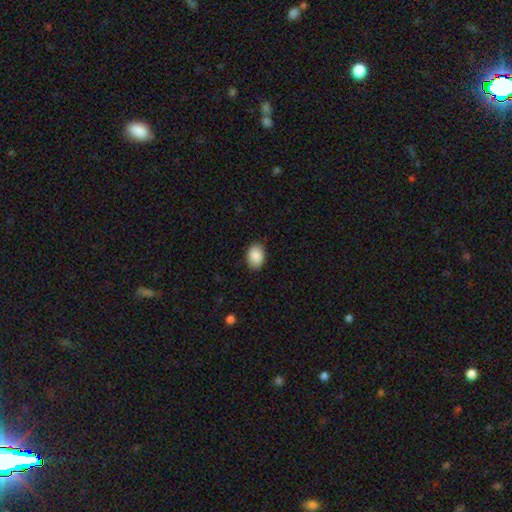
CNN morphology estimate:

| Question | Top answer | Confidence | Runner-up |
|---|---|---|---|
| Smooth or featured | smooth | 89% | star or artifact (7%) |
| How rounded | in between | 79% | round (20%) |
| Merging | none | 86% | minor disturbance (11%) |